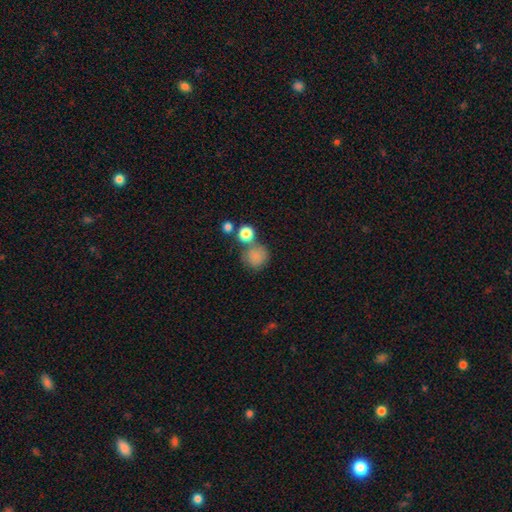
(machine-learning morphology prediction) Smooth or featured? Predicted: smooth (p=0.81). How rounded? Predicted: round (p=0.89). Merging? Predicted: none (p=0.59).